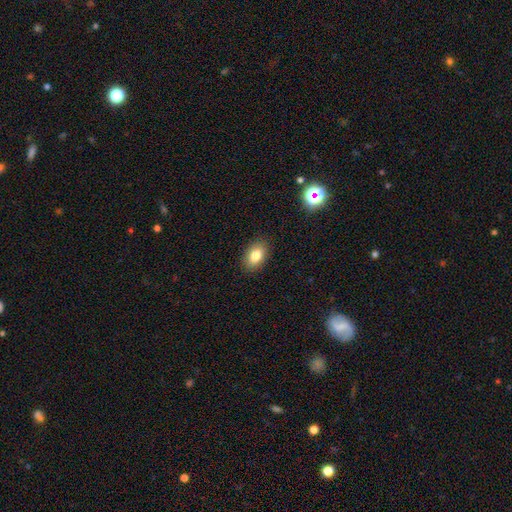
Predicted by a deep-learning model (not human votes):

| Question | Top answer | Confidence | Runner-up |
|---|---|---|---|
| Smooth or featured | smooth | 82% | star or artifact (9%) |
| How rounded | in between | 85% | round (14%) |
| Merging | none | 88% | minor disturbance (8%) |